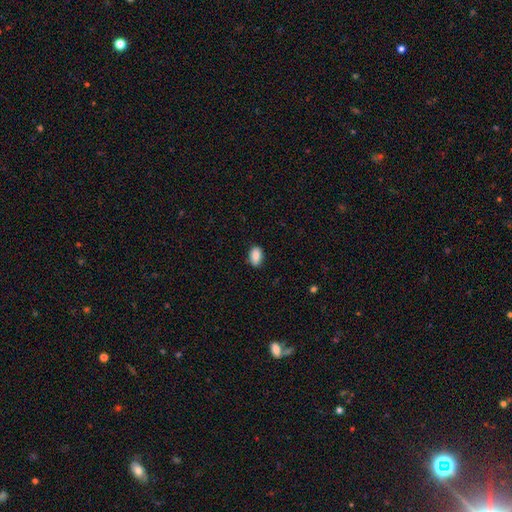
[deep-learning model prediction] Smooth or featured: smooth — 86% (star or artifact — 7%)
How rounded: in between — 89% (round — 9%)
Merging: none — 85% (minor disturbance — 12%)